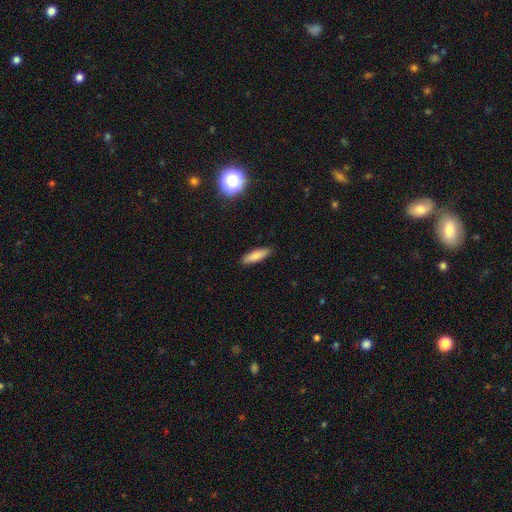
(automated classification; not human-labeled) The model was most divided on "how rounded": cigar-shaped: 58%, in between: 40%, round: 2%. More confident: merging — none (89%); smooth or featured — smooth (82%).